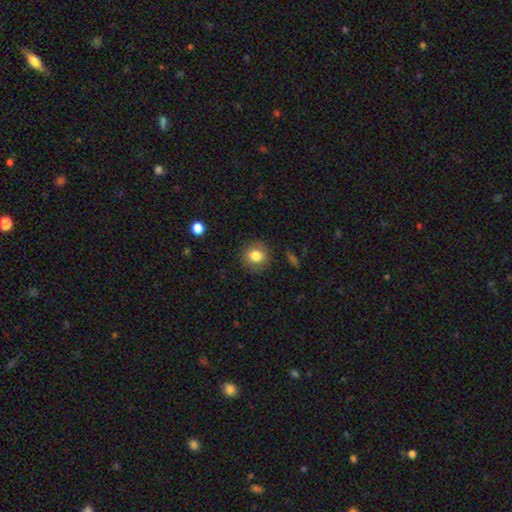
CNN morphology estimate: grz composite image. It shows a smooth galaxy with no disk features (81%) that is round (83%). Merging: none (87%).